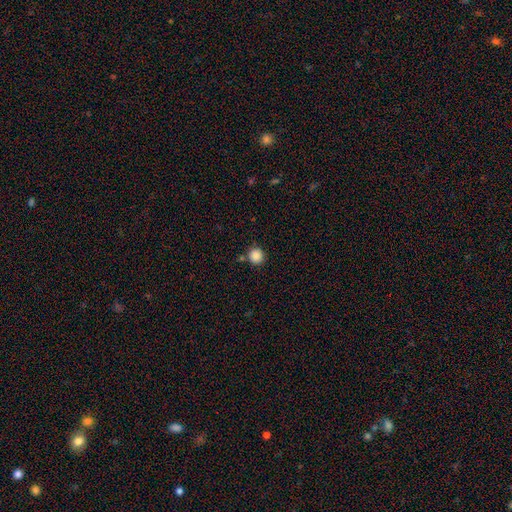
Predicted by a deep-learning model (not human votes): Smooth or featured? Predicted: smooth (p=0.87). How rounded? Predicted: round (p=0.93). Merging? Predicted: none (p=0.82).